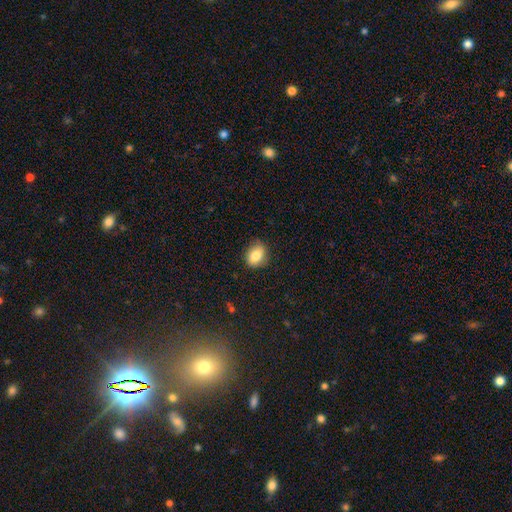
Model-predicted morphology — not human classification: Smooth or featured? smooth (80%)
How rounded? in between (54%)
Merging? none (77%)